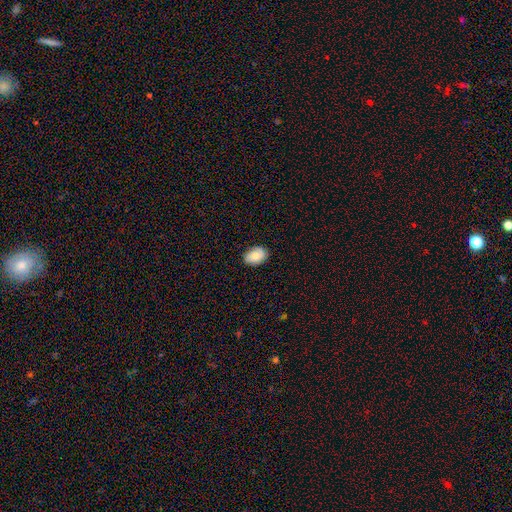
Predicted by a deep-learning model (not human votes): A smooth galaxy with no disk features (80%) that is in between round and cigar-shaped (83%).

Vote fractions:
- Smooth or featured? smooth: 80% / featured or disk: 13% / star or artifact: 7%
- How rounded? in between: 83% / round: 16% / cigar-shaped: 1%
- Merging? none: 84% / minor disturbance: 13% / major disturbance: 2% / merger: 1%